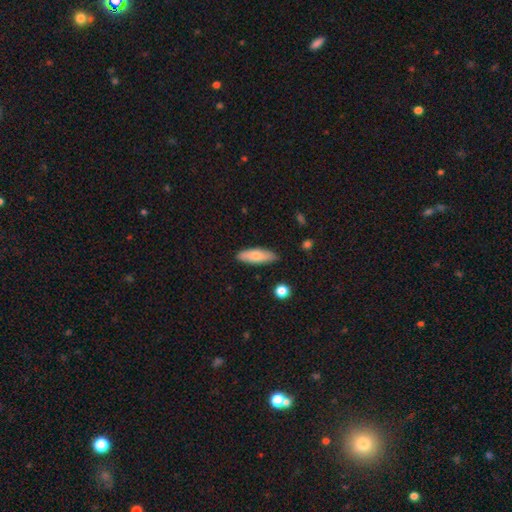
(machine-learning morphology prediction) A smooth galaxy with no disk features (75%) that is in between round and cigar-shaped (56%).

Vote fractions:
- Smooth or featured? smooth: 75% / featured or disk: 19% / star or artifact: 6%
- How rounded? in between: 56% / cigar-shaped: 42% / round: 2%
- Merging? none: 85% / minor disturbance: 11% / major disturbance: 2% / merger: 2%